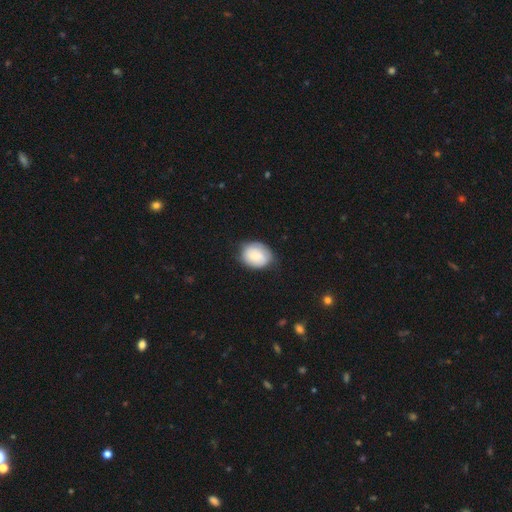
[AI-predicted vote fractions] Smooth or featured: smooth — 73% (featured or disk — 20%)
How rounded: in between — 54% (round — 45%)
Merging: none — 73% (minor disturbance — 21%)